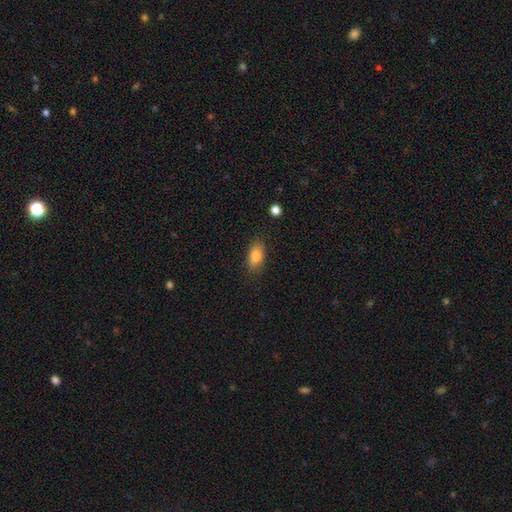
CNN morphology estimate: smooth_or_featured: smooth (p=0.83) [alt: featured or disk p=0.09]
how_rounded: in between (p=0.87) [alt: cigar-shaped p=0.06]
merging: none (p=0.82) [alt: minor disturbance p=0.13]